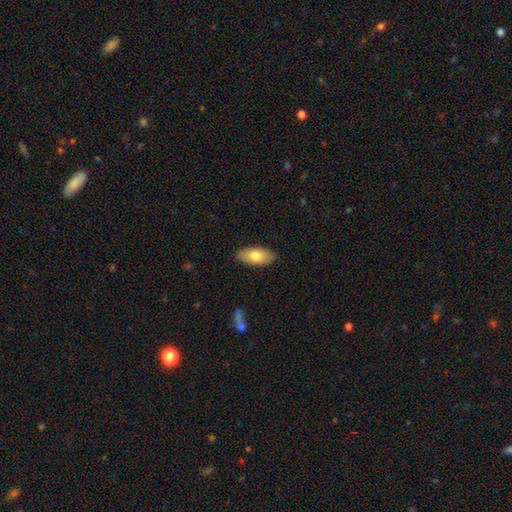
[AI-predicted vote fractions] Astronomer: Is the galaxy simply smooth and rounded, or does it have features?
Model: smooth — 75%.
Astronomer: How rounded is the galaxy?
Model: in between — 91%.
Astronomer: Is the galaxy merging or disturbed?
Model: none — 87%.